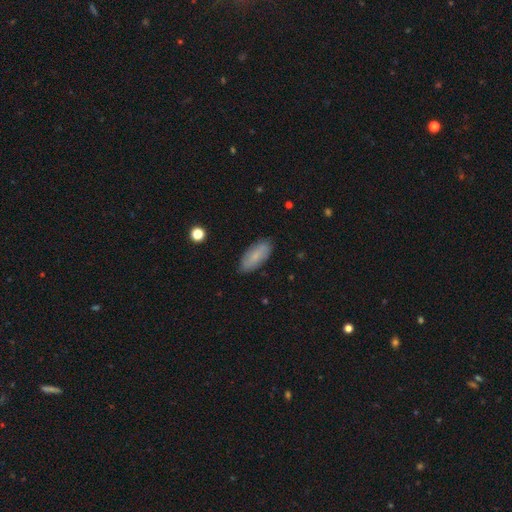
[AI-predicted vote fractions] Smooth or featured? Predicted: smooth (p=0.70). How rounded? Predicted: in between (p=0.84). Merging? Predicted: none (p=0.85).